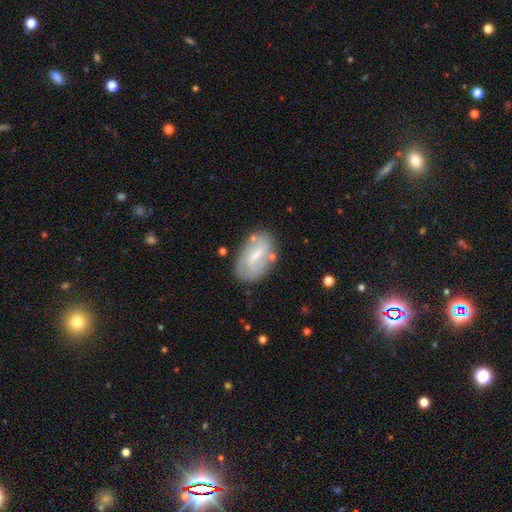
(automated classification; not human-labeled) A featured or disk galaxy (50%). Merging: none (71%).